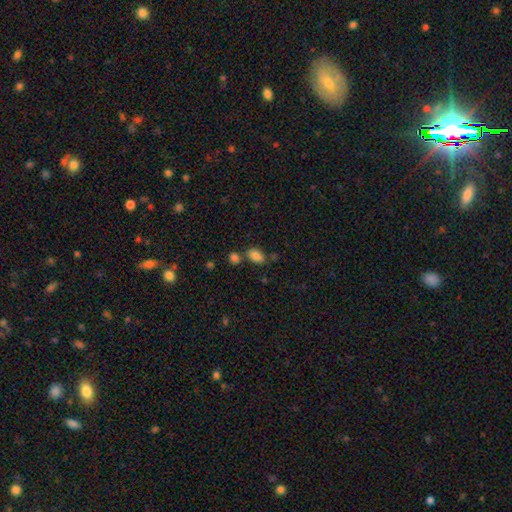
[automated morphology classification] Q: Smooth or featured?
A: smooth (83%); runner-up: star or artifact (10%)
Q: How rounded?
A: in between (87%); runner-up: round (11%)
Q: Merging?
A: none (66%); runner-up: merger (17%)